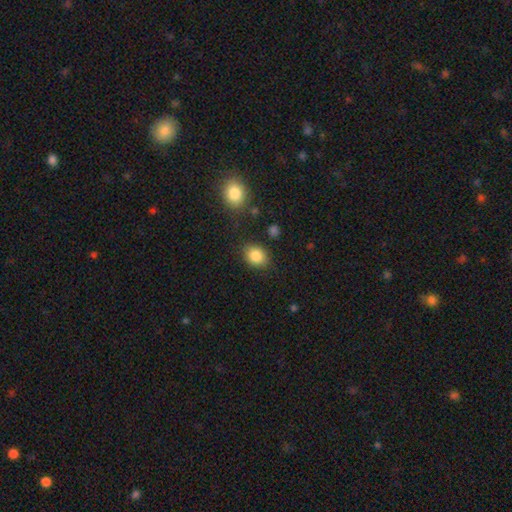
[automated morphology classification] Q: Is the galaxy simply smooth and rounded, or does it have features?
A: smooth — 85%.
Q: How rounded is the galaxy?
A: in between — 52%.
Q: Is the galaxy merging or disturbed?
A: none — 83%.